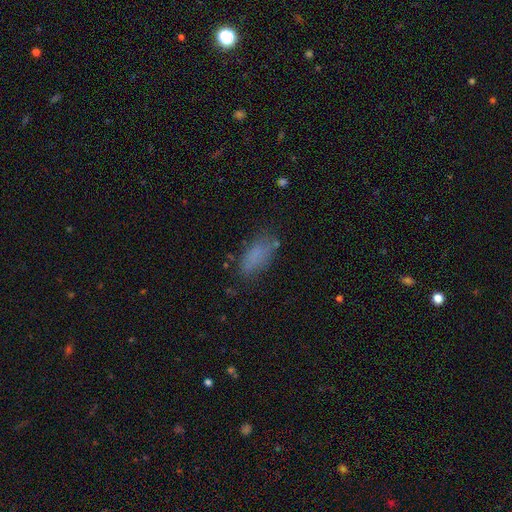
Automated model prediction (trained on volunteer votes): A smooth galaxy with no disk features (77%) that is in between round and cigar-shaped (85%). Merging: none (68%).